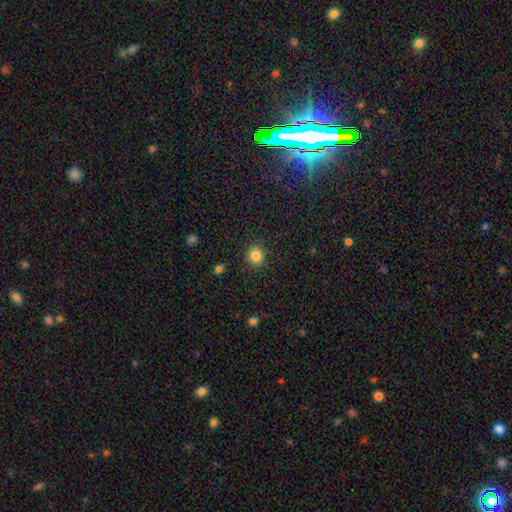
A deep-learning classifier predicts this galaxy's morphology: Overall: smooth (84%). How rounded: round (92%). Merging: none (90%).